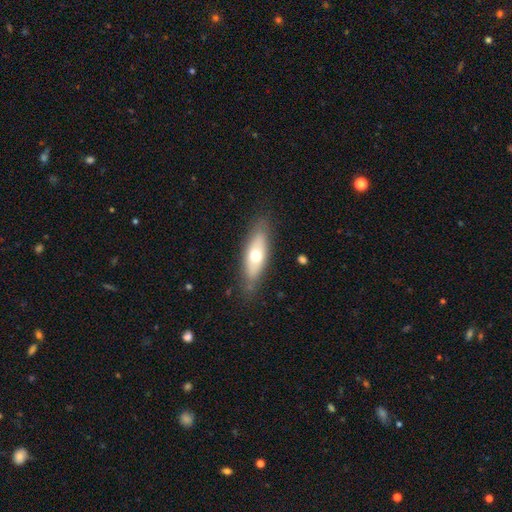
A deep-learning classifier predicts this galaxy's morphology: type=smooth (57%); roundness=in between (58%); merging=none (81%).